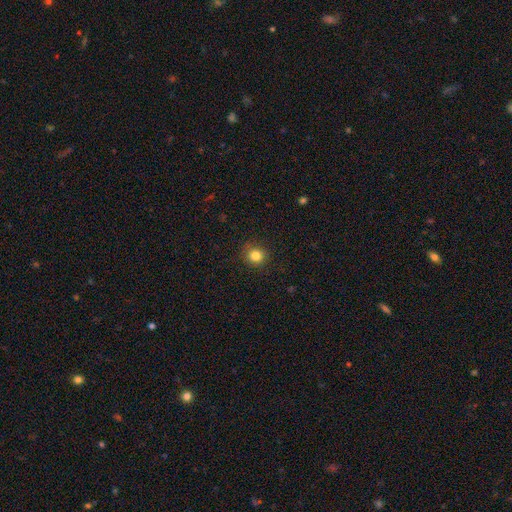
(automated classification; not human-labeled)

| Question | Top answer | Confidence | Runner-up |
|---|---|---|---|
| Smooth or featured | smooth | 83% | star or artifact (12%) |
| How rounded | round | 87% | in between (12%) |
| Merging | none | 88% | minor disturbance (8%) |